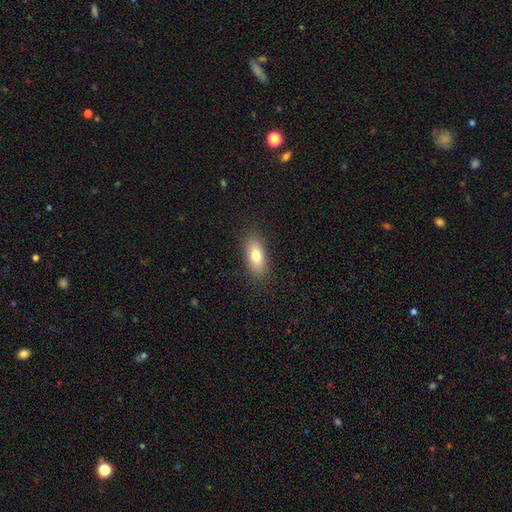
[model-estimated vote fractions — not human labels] This is likely a smooth galaxy (78%). How rounded: clearly in between (83%). Merging: clearly none (86%).